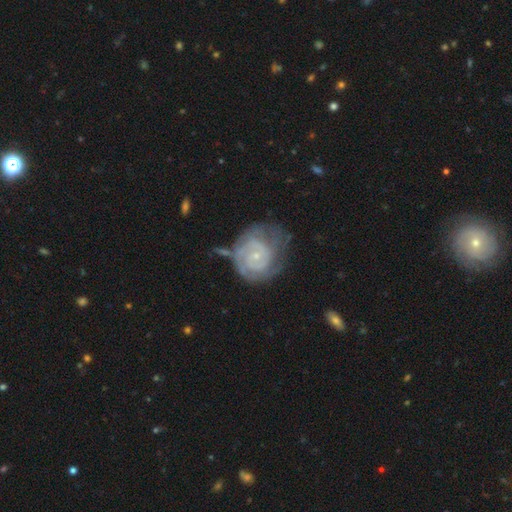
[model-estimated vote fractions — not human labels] A featured or disk galaxy (82%) with no bar (68%), 2 (37%) tight (71%) spiral arms (93%) and a small central bulge (79%).

Vote fractions:
- Smooth or featured? featured or disk: 82% / smooth: 13% / star or artifact: 6%
- Edge-on disk? no: 98% / yes: 2%
- Bar? no: 68% / weak: 27% / strong: 5%
- Spiral arms? yes: 93% / no: 7%
- Spiral winding? tight: 71% / medium: 23% / loose: 6%
- Spiral arm count? 2: 37% / can't tell: 31% / 3: 17% / 1: 6% / 4: 5% / more than 4: 4%
- Bulge size? small: 79% / moderate: 16% / none: 3% / large: 1% / dominant: 1%
- Merging? none: 45% / minor disturbance: 26% / major disturbance: 22% / merger: 7%